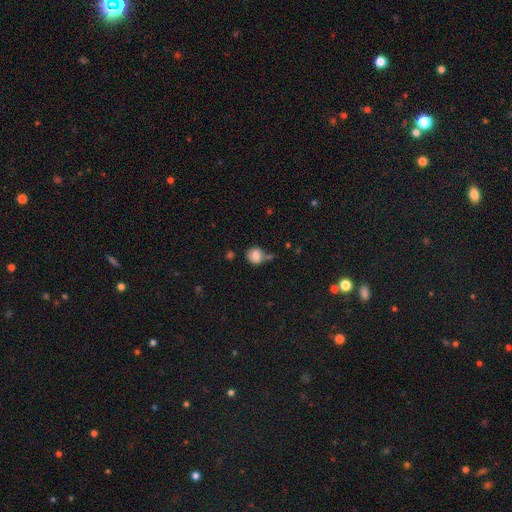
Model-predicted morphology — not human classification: Overall: smooth (80%). How rounded: round (75%). Merging: none (49%; minor disturbance 25%).